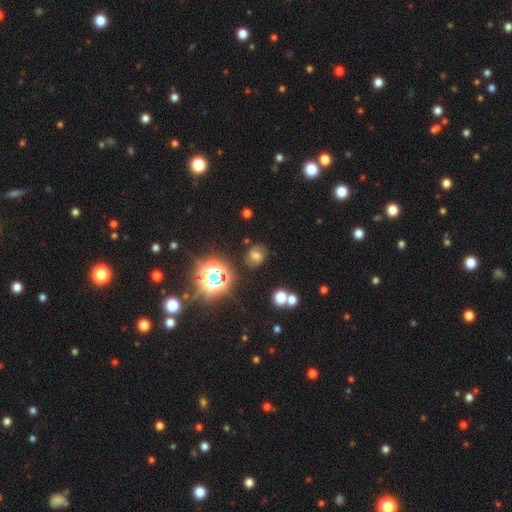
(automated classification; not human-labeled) Smooth or featured?
  - smooth: 45% *
  - featured or disk: 29%
  - star or artifact: 26%
Merging?
  - none: 73% *
  - minor disturbance: 17%
  - major disturbance: 7%
  - merger: 4%